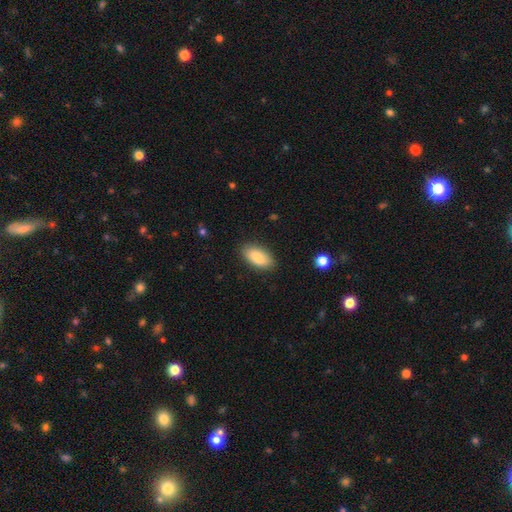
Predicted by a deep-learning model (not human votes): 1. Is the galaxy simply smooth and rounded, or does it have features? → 83% smooth, 11% featured or disk, 7% star or artifact.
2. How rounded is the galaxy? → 92% in between, 5% cigar-shaped, 3% round.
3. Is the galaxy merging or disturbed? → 86% none, 10% minor disturbance, 2% major disturbance, 1% merger.